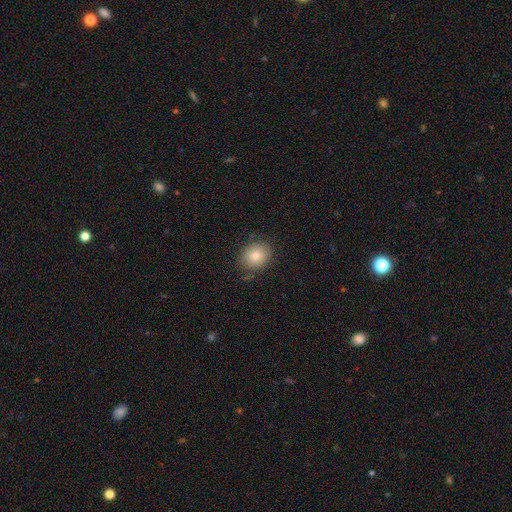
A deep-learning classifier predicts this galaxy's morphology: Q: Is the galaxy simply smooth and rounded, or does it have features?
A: smooth — 83%.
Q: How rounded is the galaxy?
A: round — 68%.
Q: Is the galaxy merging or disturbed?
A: none — 80%.